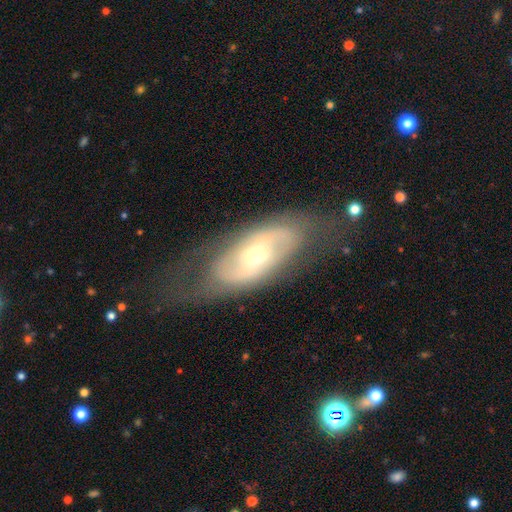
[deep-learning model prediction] The model was most divided on "bulge size": small: 54%, moderate: 41%, large: 3%, dominant: 1%, none: 1%. Remaining: edge-on disk — no (90%); smooth or featured — featured or disk (72%); merging — none (68%); spiral arms — yes (66%); bar — no (48%).